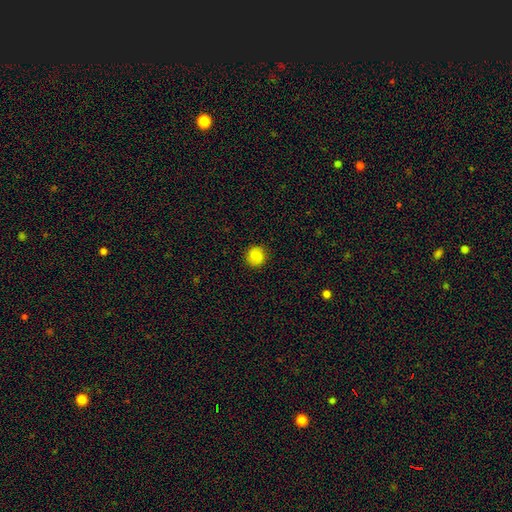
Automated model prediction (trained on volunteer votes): Q: Smooth or featured?
A: smooth (80%); runner-up: featured or disk (11%)
Q: How rounded?
A: round (89%); runner-up: in between (10%)
Q: Merging?
A: none (89%); runner-up: minor disturbance (8%)